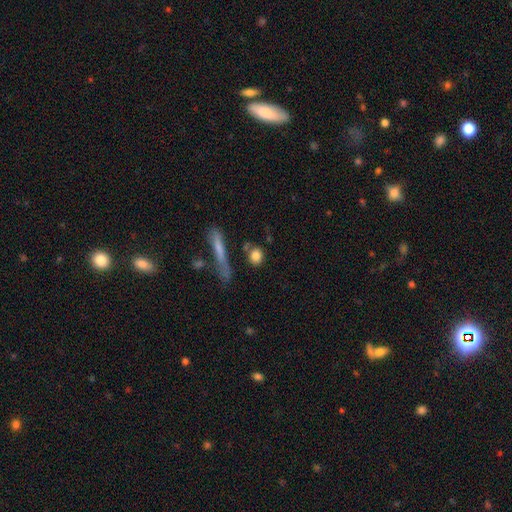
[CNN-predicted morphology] Overall: smooth (81%). How rounded: round (66%). Merging: none (72%).